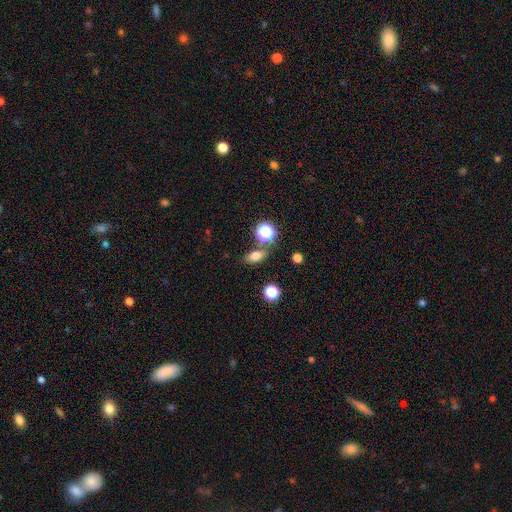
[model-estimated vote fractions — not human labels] Q: Smooth or featured?
A: smooth (74%); runner-up: star or artifact (16%)
Q: How rounded?
A: in between (73%); runner-up: round (20%)
Q: Merging?
A: none (74%); runner-up: minor disturbance (12%)